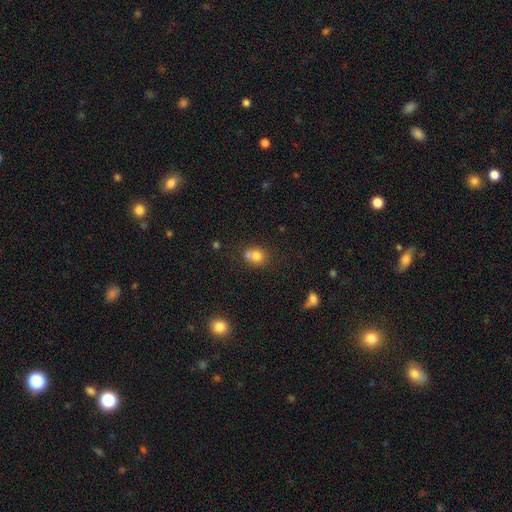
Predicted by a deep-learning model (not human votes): Overall: smooth (75%). How rounded: round (64%; in between 35%). Merging: merger (46%; none 38%).